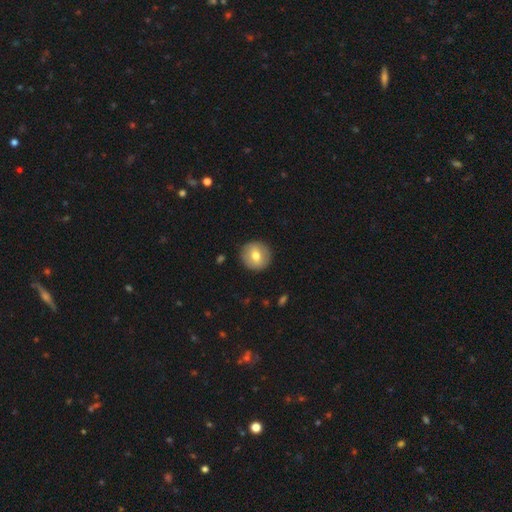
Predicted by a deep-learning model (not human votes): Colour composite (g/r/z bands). It shows a smooth galaxy with no disk features (70%) that is round (94%). Merging: none (90%).